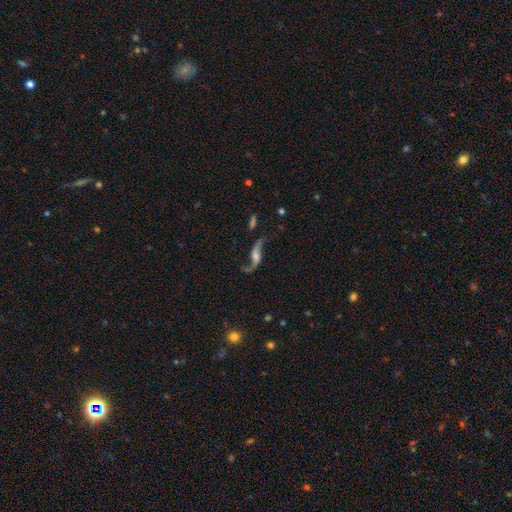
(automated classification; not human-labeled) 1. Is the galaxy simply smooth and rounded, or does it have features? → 84% featured or disk, 9% smooth, 7% star or artifact.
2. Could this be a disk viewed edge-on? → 87% no, 13% yes.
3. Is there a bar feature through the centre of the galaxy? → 52% no, 33% weak, 15% strong.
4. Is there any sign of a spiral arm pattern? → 94% yes, 6% no.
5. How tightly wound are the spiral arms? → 93% loose, 5% medium, 2% tight.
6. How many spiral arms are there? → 92% 2, 4% 1, 2% can't tell, 1% 3, 1% 4, 1% more than 4.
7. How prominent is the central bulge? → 42% moderate, 30% small, 13% large, 12% none, 3% dominant.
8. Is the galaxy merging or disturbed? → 70% none, 15% minor disturbance, 11% major disturbance, 4% merger.